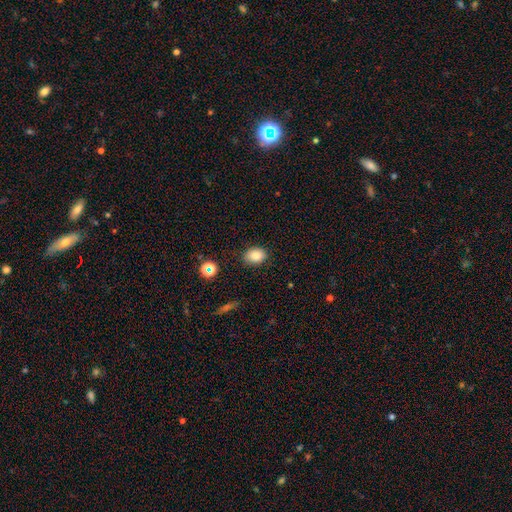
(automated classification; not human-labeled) This appears to be a smooth galaxy with no disk features (83%) that is in between round and cigar-shaped (67%). Merging: none (84%).